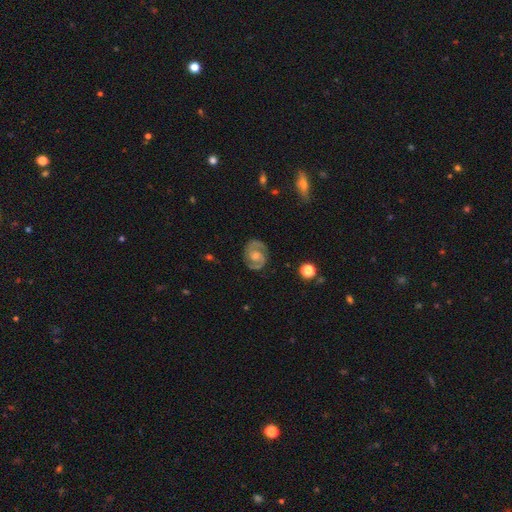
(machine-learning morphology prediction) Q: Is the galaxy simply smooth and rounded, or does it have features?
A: featured or disk — 86%.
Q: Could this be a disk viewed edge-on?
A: no — 98%.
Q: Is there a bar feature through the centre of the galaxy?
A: no — 52%.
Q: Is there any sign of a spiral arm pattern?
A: yes — 96%.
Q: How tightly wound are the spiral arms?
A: medium — 46%.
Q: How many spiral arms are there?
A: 2 — 92%.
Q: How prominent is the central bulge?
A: moderate — 60%.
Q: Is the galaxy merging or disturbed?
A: none — 85%.